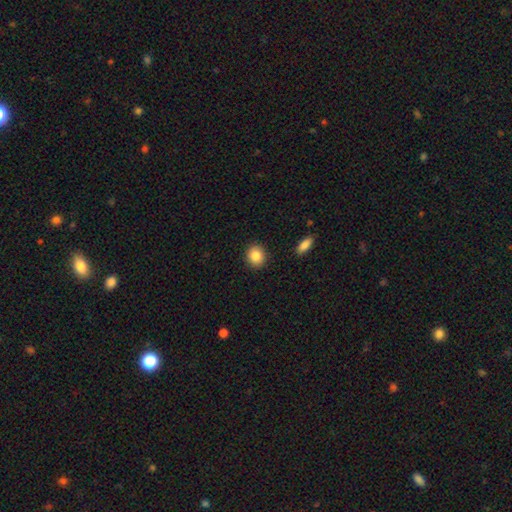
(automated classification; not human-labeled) smooth 86%, star or artifact 9%, featured or disk 5%. Down the decision tree: how rounded — round (73%); merging — none (91%).